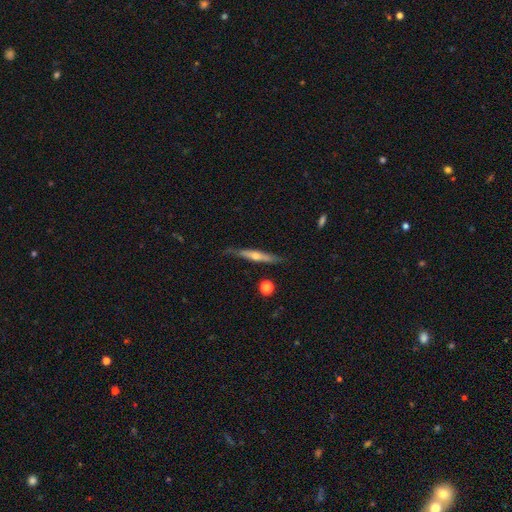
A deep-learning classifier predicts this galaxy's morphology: Smooth or featured?
  - featured or disk: 61% *
  - smooth: 32%
  - star or artifact: 6%
Edge-on disk?
  - yes: 94% *
  - no: 6%
Edge-on bulge?
  - rounded: 81% *
  - none: 15%
  - boxy: 4%
Merging?
  - none: 78% *
  - minor disturbance: 17%
  - major disturbance: 3%
  - merger: 2%